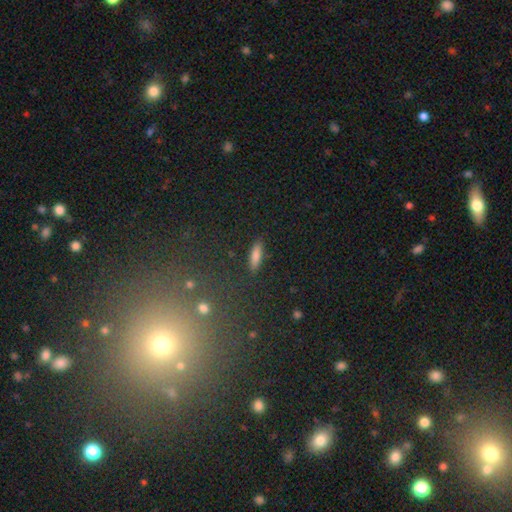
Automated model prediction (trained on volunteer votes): Q: Smooth or featured?
A: smooth (82%); runner-up: star or artifact (9%)
Q: How rounded?
A: in between (49%); tied with: cigar-shaped (49%)
Q: Merging?
A: none (87%); runner-up: minor disturbance (9%)